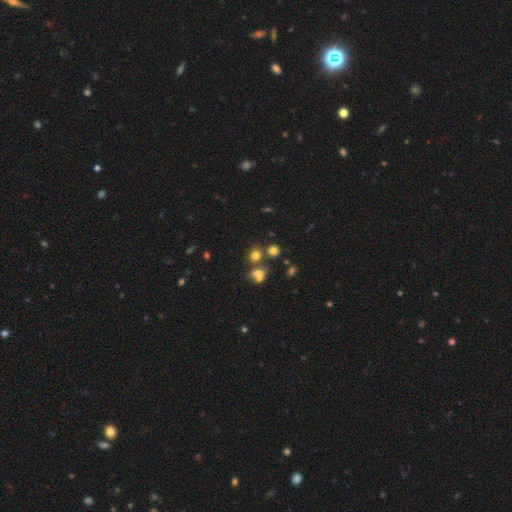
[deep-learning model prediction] Smooth or featured? Predicted: smooth (p=0.68). How rounded? Predicted: round (p=0.82). Merging? Predicted: none (p=0.61).